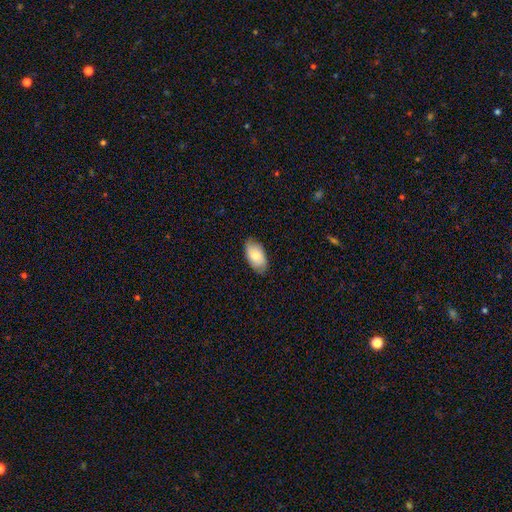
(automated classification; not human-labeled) smooth-or-featured: smooth: 76% | featured or disk: 17% | star or artifact: 6%
  how-rounded: in between: 95% | round: 3% | cigar-shaped: 2%
  merging: none: 83% | minor disturbance: 14% | major disturbance: 2% | merger: 1%